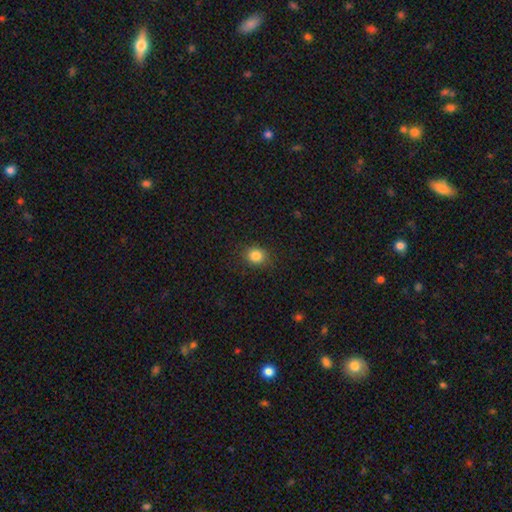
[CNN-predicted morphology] Overall: smooth (84%). How rounded: round (74%). Merging: none (87%).